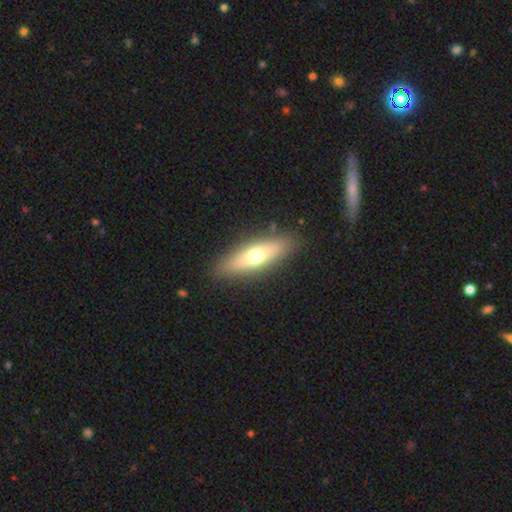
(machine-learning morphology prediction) A smooth galaxy with no disk features (55%) that is cigar-shaped (60%).

Vote fractions:
- Smooth or featured? smooth: 55% / featured or disk: 39% / star or artifact: 6%
- How rounded? cigar-shaped: 60% / in between: 38% / round: 2%
- Merging? none: 88% / minor disturbance: 9% / major disturbance: 2% / merger: 2%